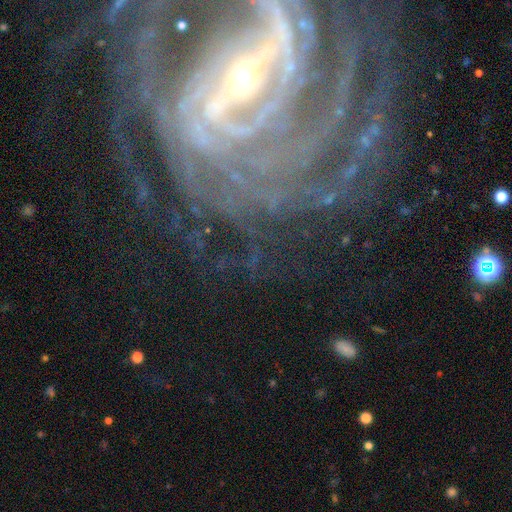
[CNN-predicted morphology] Overall: featured or disk (85%). Edge-on disk: no (95%). Bar: strong (45%; weak 31%). Spiral arms: yes (93%). Spiral arm count: can't tell (29%; more than 4 18%). Spiral winding: tight (71%). Bulge size: small (65%; moderate 27%). Merging: none (68%).